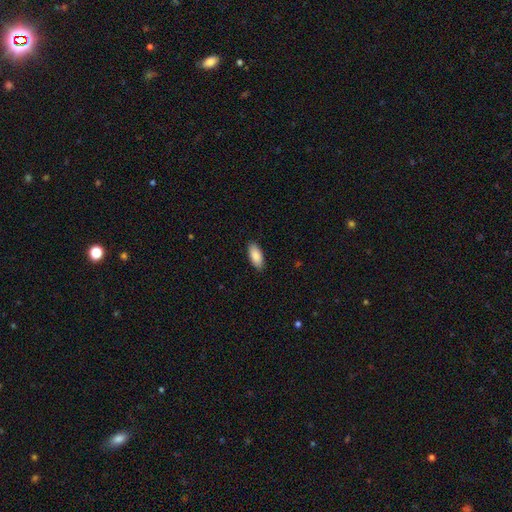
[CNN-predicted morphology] The model was most divided on "how rounded": in between: 87%, cigar-shaped: 11%, round: 2%. More confident: smooth or featured — smooth (89%); merging — none (88%).